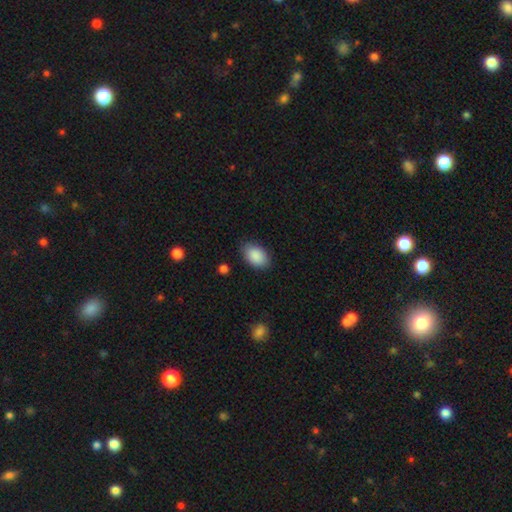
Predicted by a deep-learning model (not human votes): This appears to be a smooth galaxy with no disk features (89%) that is in between round and cigar-shaped (91%). Merging: none (83%).